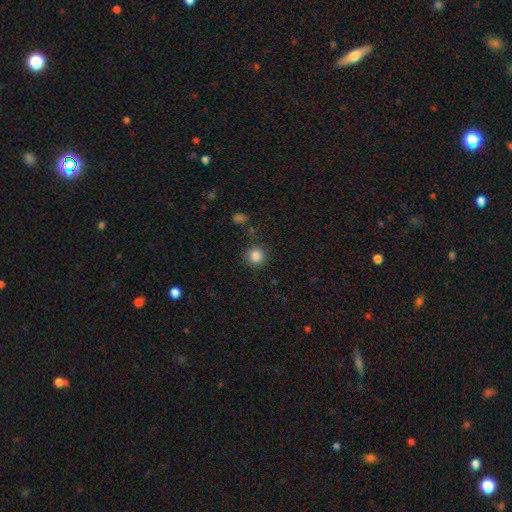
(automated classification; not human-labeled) Morphology: type=smooth (84%); roundness=round (94%); merging=none (87%).